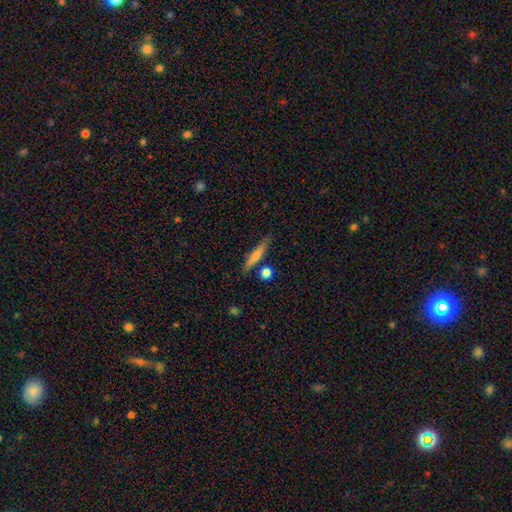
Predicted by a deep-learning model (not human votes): Morphology: type=smooth (57%); roundness=cigar-shaped (87%); merging=none (78%).